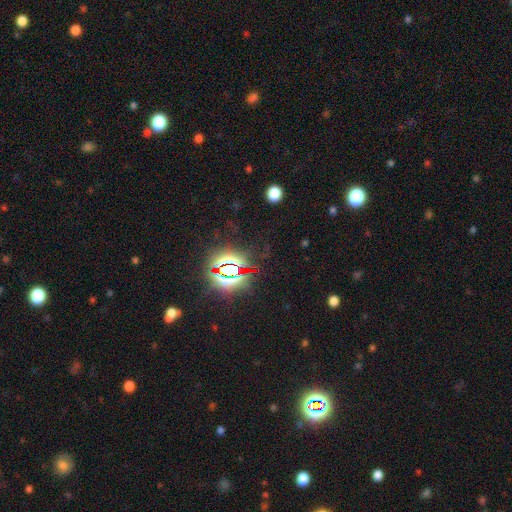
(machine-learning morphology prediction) Q: Smooth or featured?
A: star or artifact (83%); runner-up: smooth (10%)